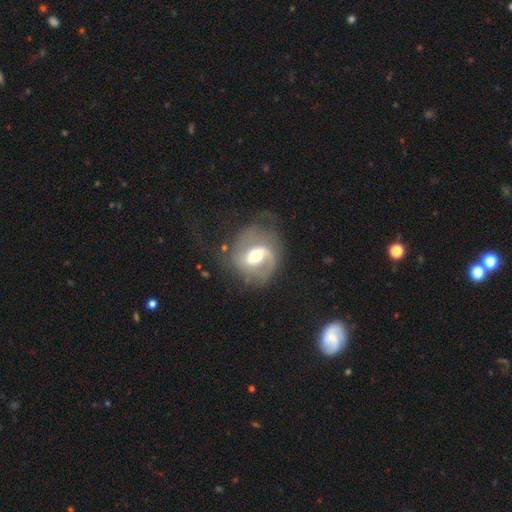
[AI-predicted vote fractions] This is likely a featured or disk galaxy (80%). It is clearly not viewed edge-on (97%). Bar: possibly weak (49%). Spiral arm pattern: clearly yes (90%). Spiral arm count: likely 2 (64%). Spiral winding: possibly medium (46%). Central bulge: likely moderate (65%). Merging: possibly none (57%).